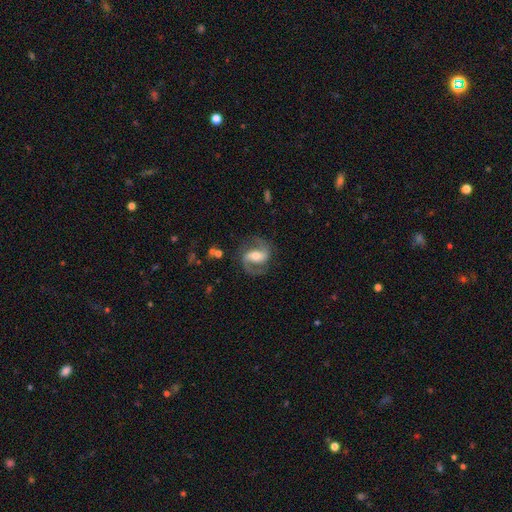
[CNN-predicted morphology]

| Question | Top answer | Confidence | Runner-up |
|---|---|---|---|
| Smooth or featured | featured or disk | 86% | smooth (9%) |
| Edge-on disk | no | 97% | yes (3%) |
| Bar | strong | 42% | weak (39%) |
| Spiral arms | yes | 96% | no (4%) |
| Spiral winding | medium | 58% | loose (24%) |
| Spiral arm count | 2 | 91% | 1 (3%) |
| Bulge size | moderate | 63% | small (25%) |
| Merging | none | 79% | minor disturbance (13%) |